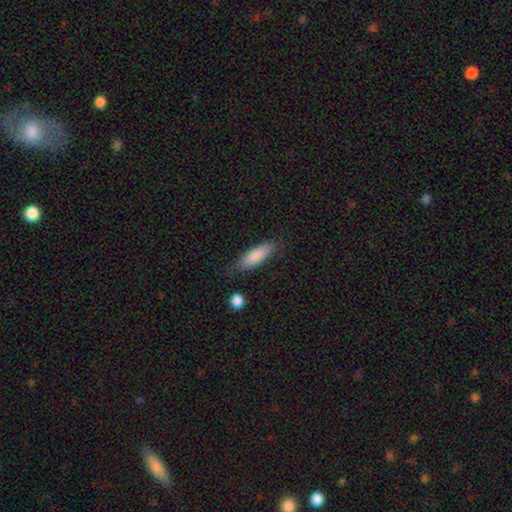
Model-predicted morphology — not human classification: This appears to be a smooth galaxy with no disk features (84%) that is cigar-shaped (51%). Merging: none (77%).